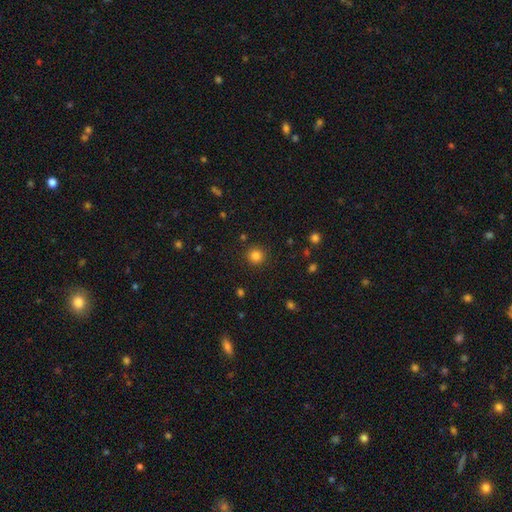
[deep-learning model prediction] Smooth or featured: smooth — 83% (star or artifact — 13%)
How rounded: round — 93% (in between — 6%)
Merging: none — 90% (minor disturbance — 6%)